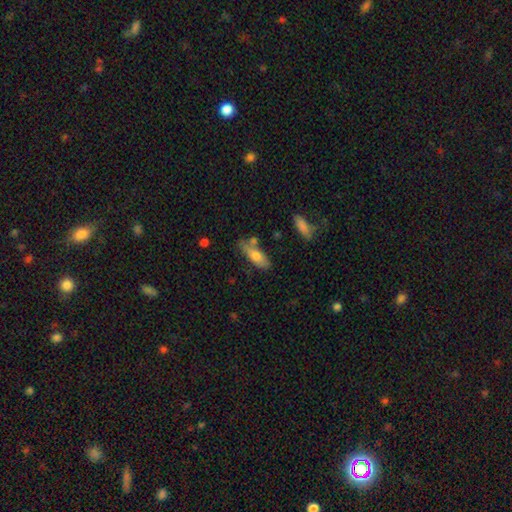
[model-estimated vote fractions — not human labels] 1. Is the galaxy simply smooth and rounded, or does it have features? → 76% smooth, 18% featured or disk, 6% star or artifact.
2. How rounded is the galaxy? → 65% in between, 33% cigar-shaped, 2% round.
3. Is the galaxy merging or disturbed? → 61% none, 22% minor disturbance, 12% merger, 6% major disturbance.